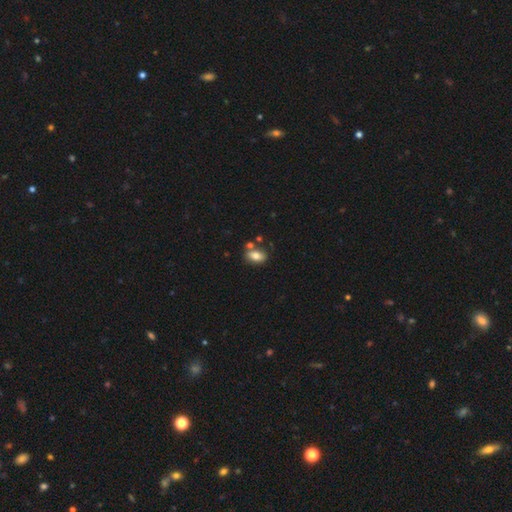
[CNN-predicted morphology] This appears to be a smooth galaxy with no disk features (78%) that is in between round and cigar-shaped (86%). Merging: none (66%).